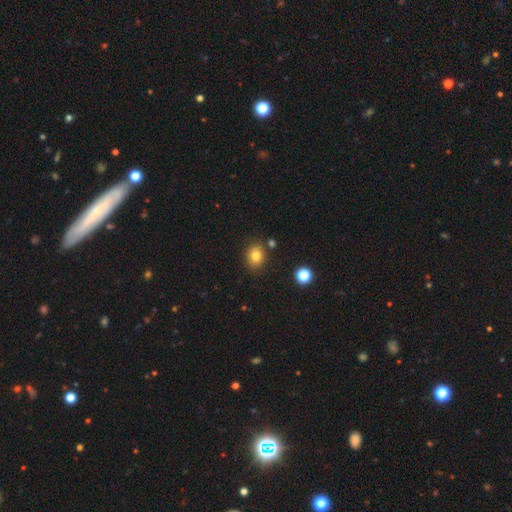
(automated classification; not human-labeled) Smooth or featured? smooth (80%)
How rounded? round (56%)
Merging? none (82%)